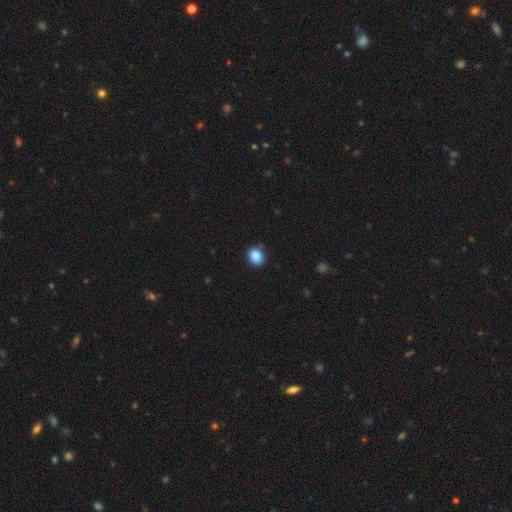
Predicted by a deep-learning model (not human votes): Overall: smooth (86%). How rounded: round (67%; in between 32%). Merging: none (85%).